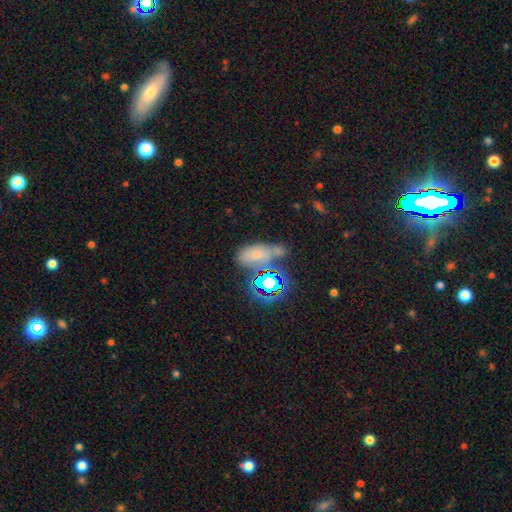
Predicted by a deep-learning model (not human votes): Smooth or featured? smooth (52%)
How rounded? in between (81%)
Merging? none (47%)